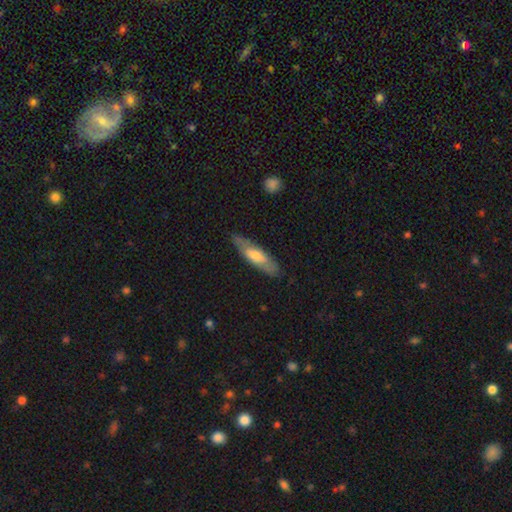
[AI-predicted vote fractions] Morphology: type=smooth (53%); roundness=cigar-shaped (63%); merging=none (81%).